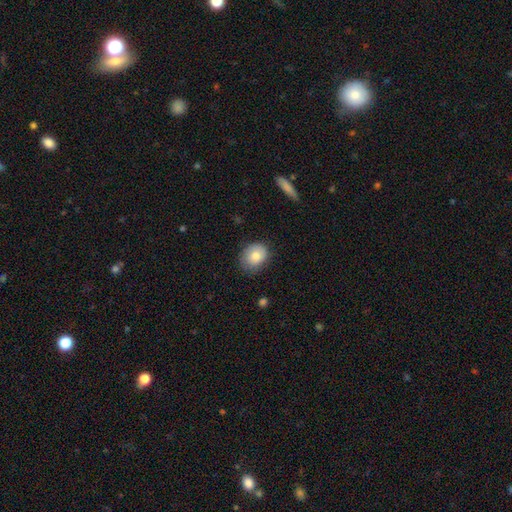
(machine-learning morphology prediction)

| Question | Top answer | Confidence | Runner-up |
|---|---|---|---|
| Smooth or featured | smooth | 81% | featured or disk (11%) |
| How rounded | round | 52% | in between (47%) |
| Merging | none | 73% | minor disturbance (21%) |